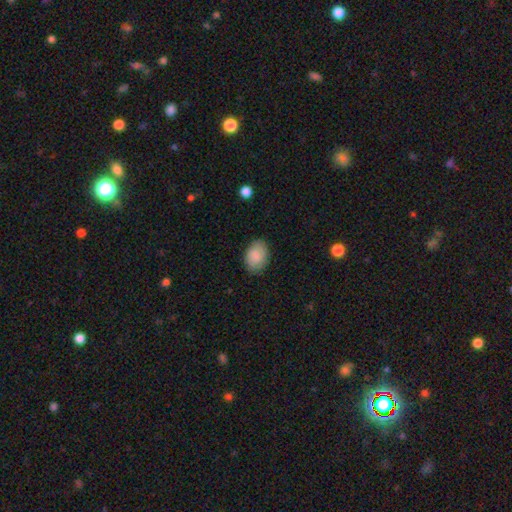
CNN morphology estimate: The model was most divided on "how rounded": in between: 81%, round: 18%, cigar-shaped: 1%. More confident: smooth or featured — smooth (87%); merging — none (84%).